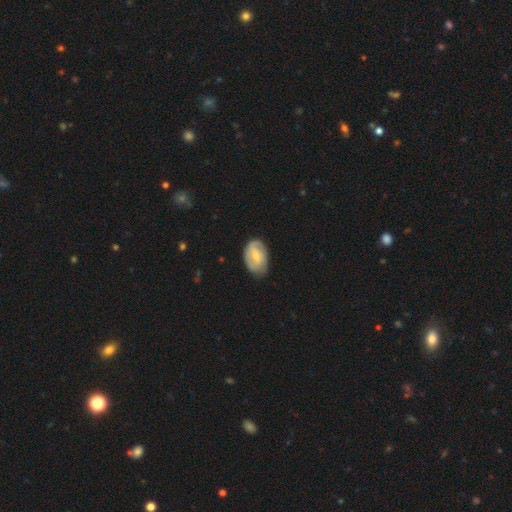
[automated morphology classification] Smooth or featured: featured or disk — 54% (smooth — 40%)
Edge-on disk: no — 96% (yes — 4%)
Bar: weak — 47% (no — 41%)
Spiral arms: yes — 79% (no — 21%)
Bulge size: small — 54% (moderate — 39%)
Merging: none — 66% (minor disturbance — 27%)